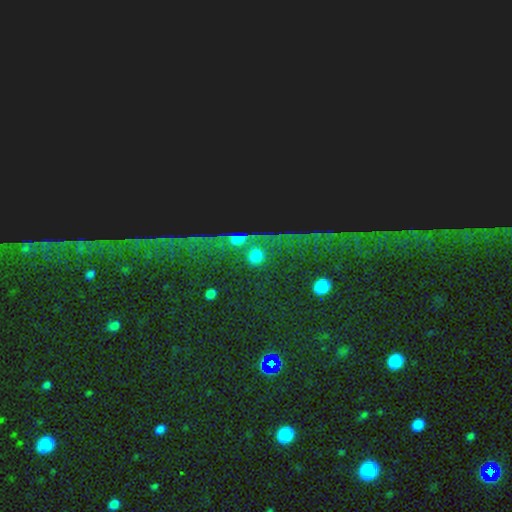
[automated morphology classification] This appears to be a smooth galaxy with no disk features (46%). Merging: none (64%).